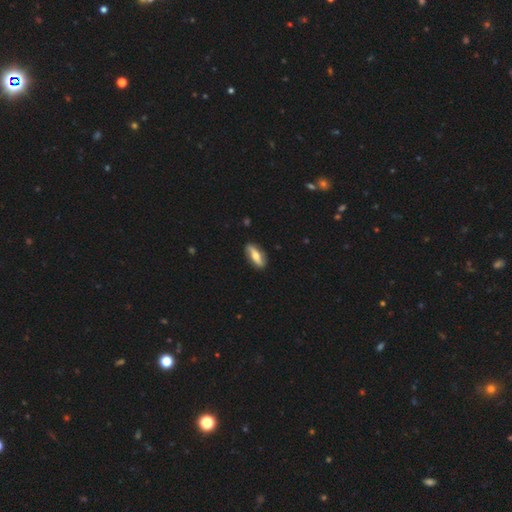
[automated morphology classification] Smooth or featured: featured or disk — 56% (smooth — 39%)
Edge-on disk: no — 72% (yes — 28%)
Merging: none — 85% (minor disturbance — 12%)